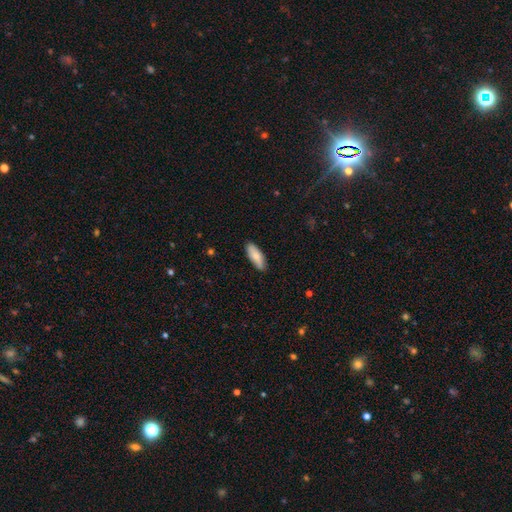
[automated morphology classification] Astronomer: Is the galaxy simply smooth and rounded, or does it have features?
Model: smooth — 79%.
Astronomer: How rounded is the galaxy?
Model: in between — 66%.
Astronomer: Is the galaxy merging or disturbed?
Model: none — 86%.